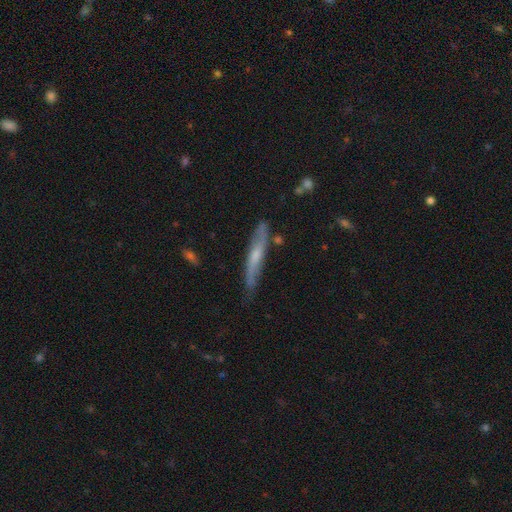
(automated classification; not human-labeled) The model was most divided on "smooth or featured": featured or disk: 56%, smooth: 38%, star or artifact: 6%. More confident: edge-on disk — yes (80%); merging — none (73%).